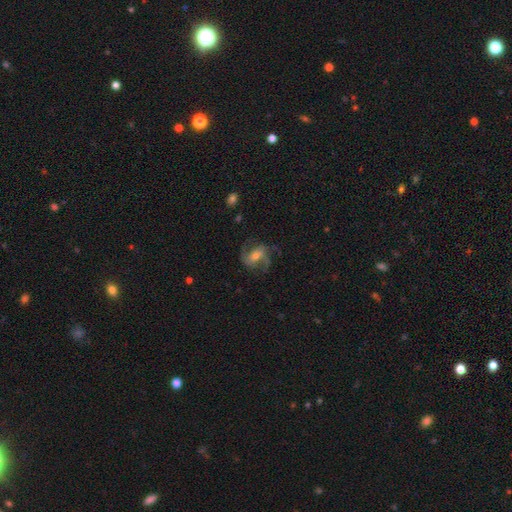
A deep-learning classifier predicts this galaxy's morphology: The model was most divided on "bar": weak: 42%, no: 34%, strong: 23%. More confident: edge-on disk — no (97%); spiral arms — yes (96%); smooth or featured — featured or disk (84%); merging — none (70%); spiral arm count — 2 (56%); spiral winding — medium (54%); bulge size — moderate (50%).